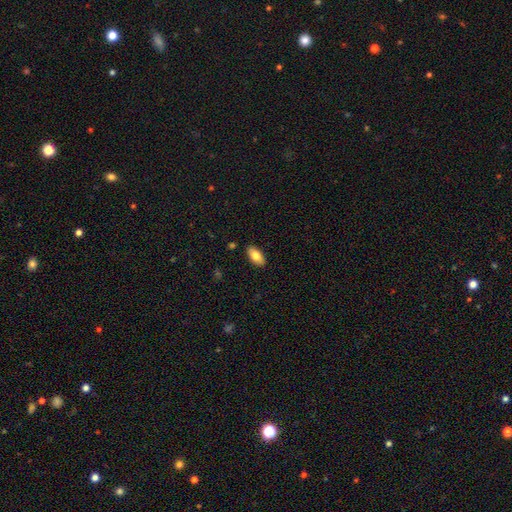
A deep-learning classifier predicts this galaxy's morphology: Overall: smooth (78%). How rounded: in between (91%). Merging: none (89%).